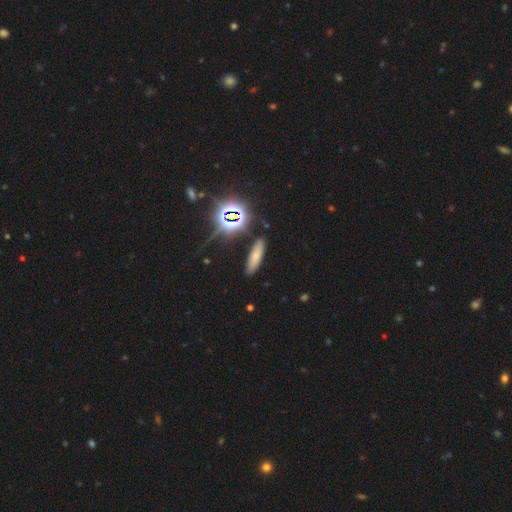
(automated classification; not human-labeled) Smooth or featured? smooth (66%)
How rounded? cigar-shaped (62%)
Merging? none (87%)